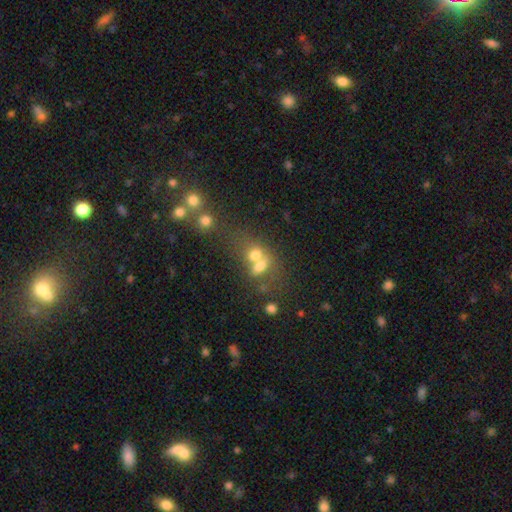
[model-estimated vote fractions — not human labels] smooth 63%, featured or disk 20%, star or artifact 17%. Down the decision tree: how rounded — in between (62%); merging — merger (56%).